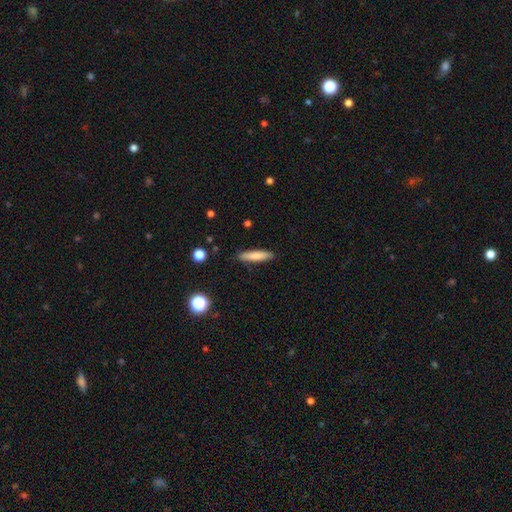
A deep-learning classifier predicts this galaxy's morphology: smooth 78%, featured or disk 15%, star or artifact 7%. Down the decision tree: how rounded — cigar-shaped (85%); merging — none (88%).